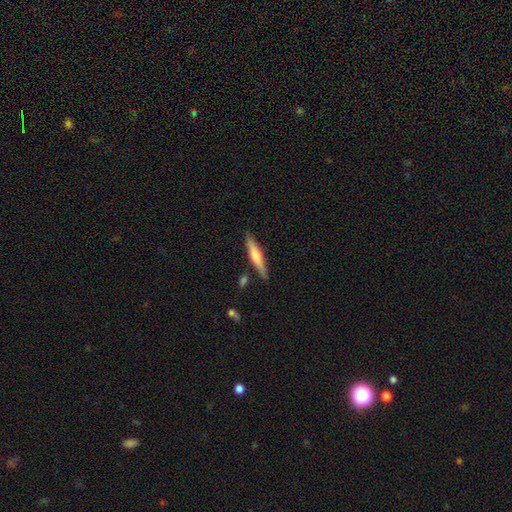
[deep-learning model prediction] A smooth galaxy with no disk features (60%) that is cigar-shaped (88%).

Vote fractions:
- Smooth or featured? smooth: 60% / featured or disk: 35% / star or artifact: 6%
- How rounded? cigar-shaped: 88% / in between: 11% / round: 1%
- Merging? none: 83% / minor disturbance: 11% / merger: 4% / major disturbance: 2%